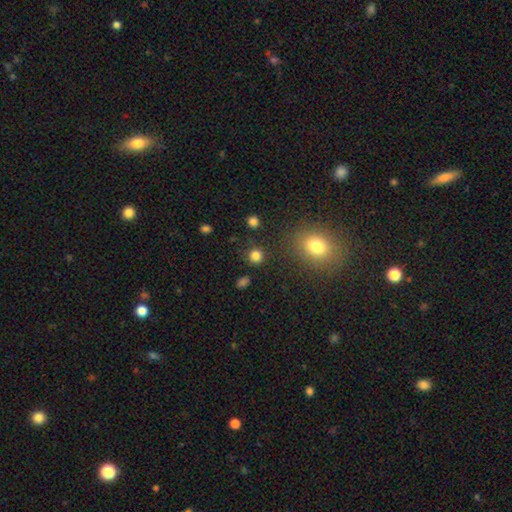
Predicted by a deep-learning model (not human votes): smooth-or-featured: smooth: 82% | star or artifact: 14% | featured or disk: 4%
  how-rounded: round: 89% | in between: 10% | cigar-shaped: 1%
  merging: none: 86% | minor disturbance: 8% | merger: 3% | major disturbance: 3%